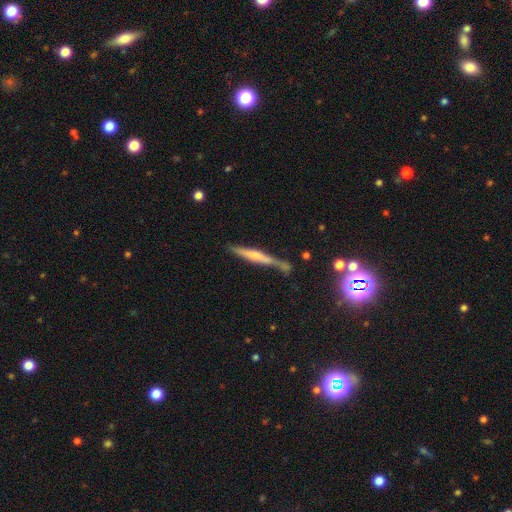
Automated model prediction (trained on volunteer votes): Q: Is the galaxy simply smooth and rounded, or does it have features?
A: featured or disk — 52%.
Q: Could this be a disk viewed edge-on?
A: yes — 94%.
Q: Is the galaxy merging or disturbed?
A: none — 61%.